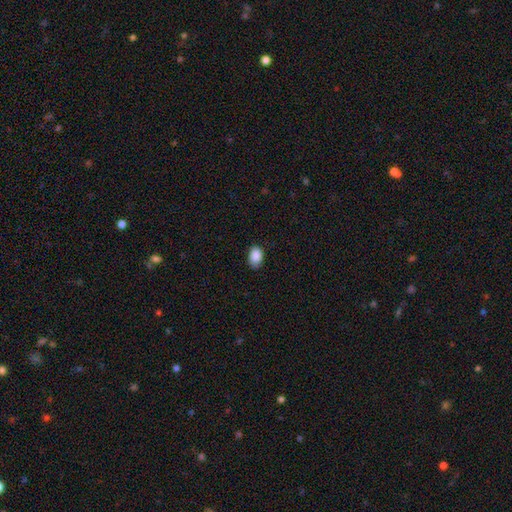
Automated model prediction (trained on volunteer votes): This appears to be a smooth galaxy with no disk features (89%) that is in between round and cigar-shaped (82%). Merging: none (81%).